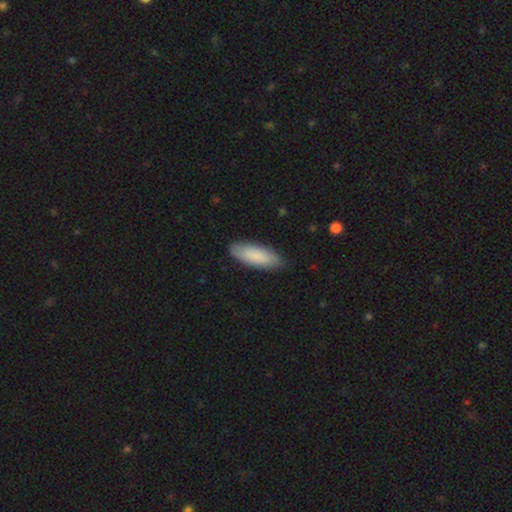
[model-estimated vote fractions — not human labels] Smooth or featured? Predicted: smooth (p=0.84). How rounded? Predicted: in between (p=0.67). Merging? Predicted: none (p=0.85).